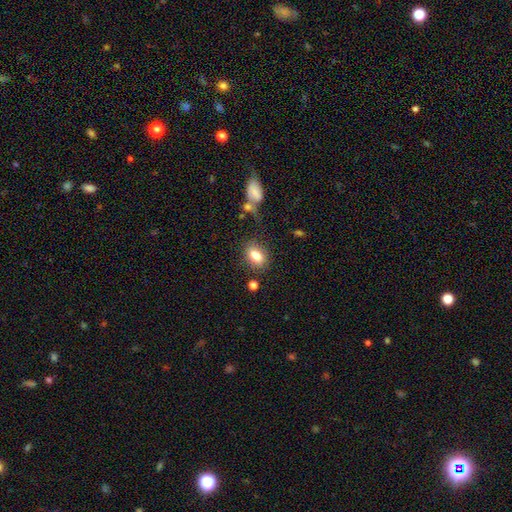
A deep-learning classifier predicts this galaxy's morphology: smooth_or_featured: smooth (p=0.81) [alt: featured or disk p=0.10]
how_rounded: in between (p=0.79) [alt: round p=0.19]
merging: none (p=0.75) [alt: minor disturbance p=0.14]